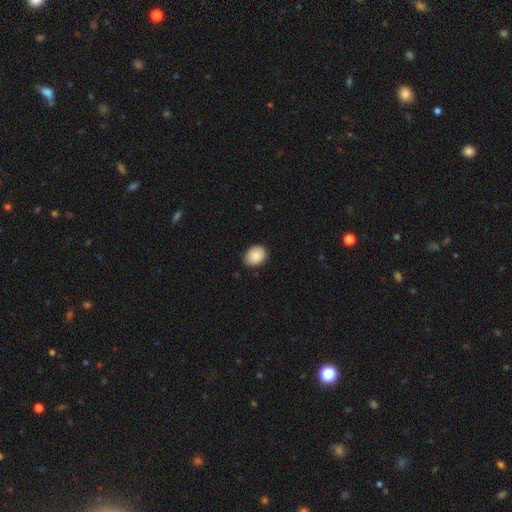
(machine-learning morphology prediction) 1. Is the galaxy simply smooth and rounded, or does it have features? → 88% smooth, 7% star or artifact, 5% featured or disk.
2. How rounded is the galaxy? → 60% in between, 39% round, 1% cigar-shaped.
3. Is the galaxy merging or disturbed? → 83% none, 14% minor disturbance, 2% major disturbance, 1% merger.